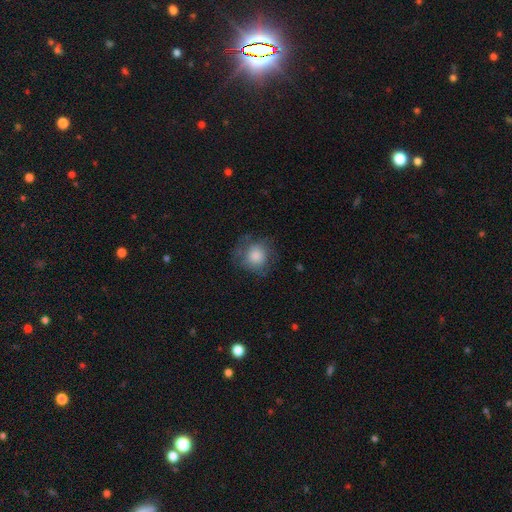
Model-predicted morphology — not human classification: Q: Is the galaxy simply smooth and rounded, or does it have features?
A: smooth — 77%.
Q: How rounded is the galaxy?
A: round — 86%.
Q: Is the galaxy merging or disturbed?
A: none — 63%.